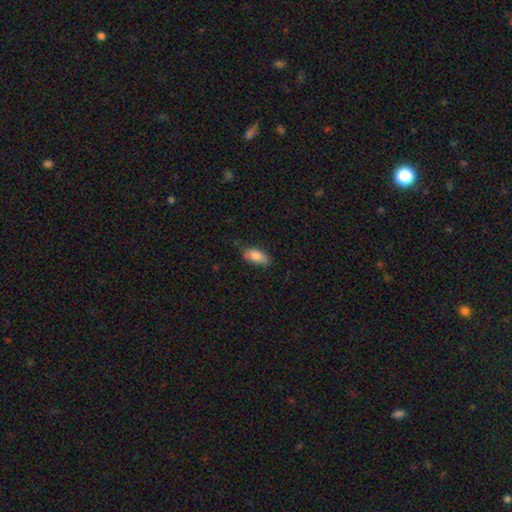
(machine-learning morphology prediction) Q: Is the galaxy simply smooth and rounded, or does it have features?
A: smooth — 85%.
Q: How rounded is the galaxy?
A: in between — 88%.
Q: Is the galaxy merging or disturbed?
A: none — 70%.